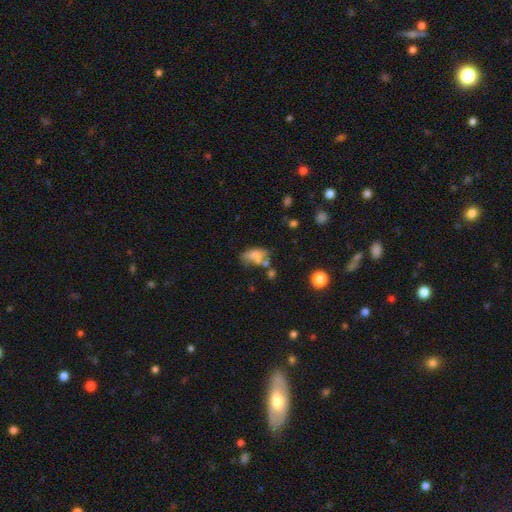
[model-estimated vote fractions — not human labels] smooth 66%, featured or disk 23%, star or artifact 11%. Down the decision tree: how rounded — in between (86%); merging — none (39%).